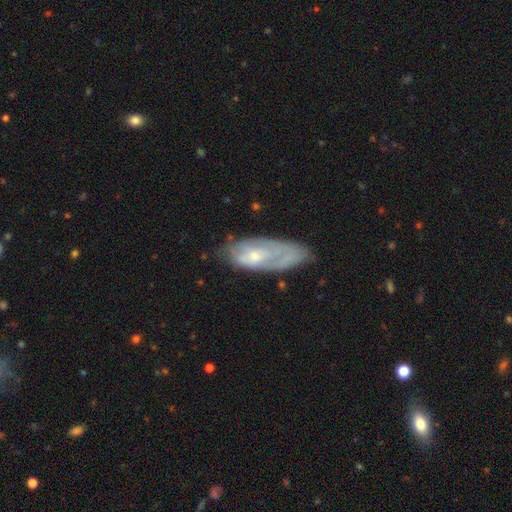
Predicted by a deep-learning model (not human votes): A featured or disk galaxy (53%). Merging: none (51%).